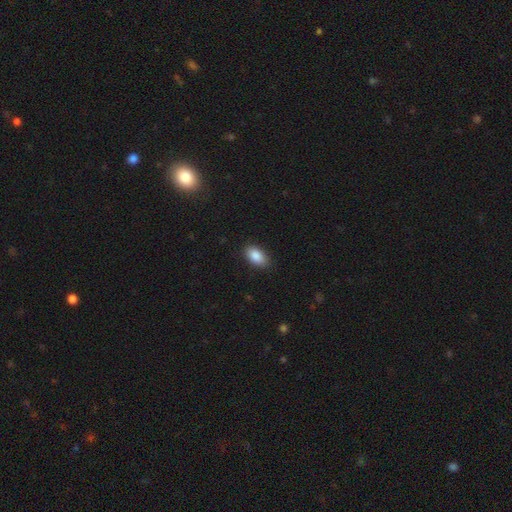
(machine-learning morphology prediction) type=smooth (89%); roundness=in between (93%); merging=none (86%).